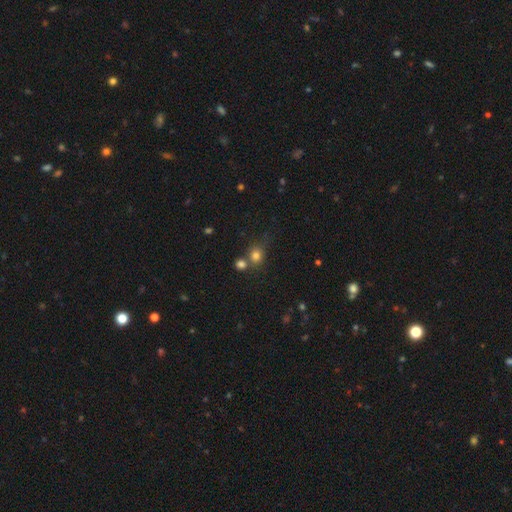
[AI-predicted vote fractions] A smooth galaxy with no disk features (78%) that is round (80%). Merging: none (57%).